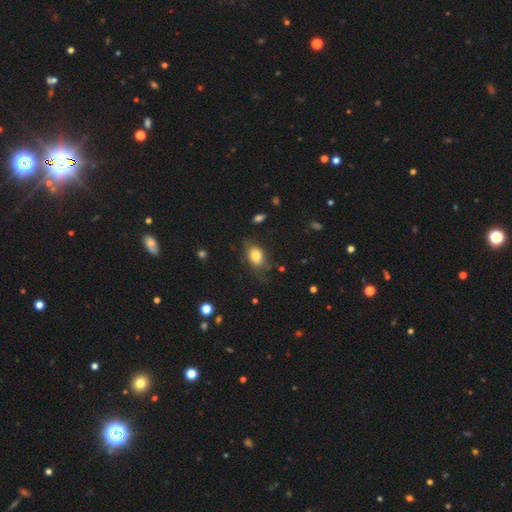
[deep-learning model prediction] A smooth galaxy with no disk features (78%) that is in between round and cigar-shaped (78%). Merging: none (62%).